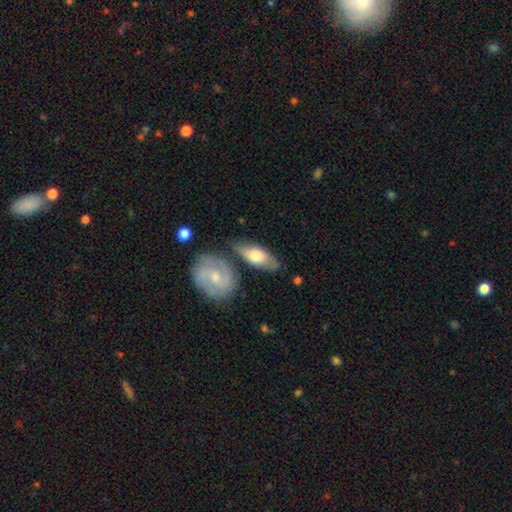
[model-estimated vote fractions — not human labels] Smooth or featured?
  - smooth: 54% *
  - featured or disk: 41%
  - star or artifact: 5%
How rounded?
  - in between: 78% *
  - cigar-shaped: 17%
  - round: 4%
Merging?
  - none: 64% *
  - minor disturbance: 18%
  - merger: 12%
  - major disturbance: 5%